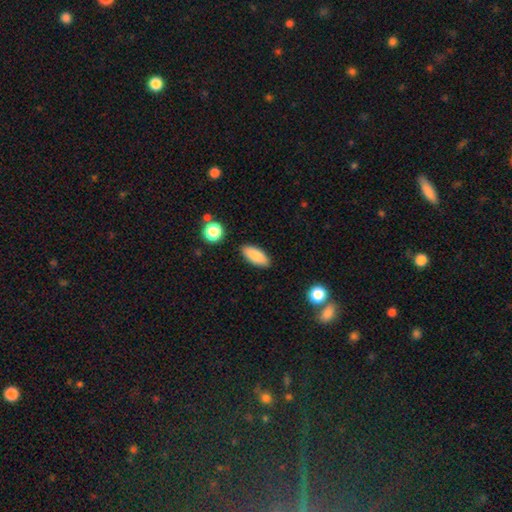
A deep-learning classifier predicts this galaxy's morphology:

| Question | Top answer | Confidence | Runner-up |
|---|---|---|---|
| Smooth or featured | smooth | 82% | featured or disk (11%) |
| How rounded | in between | 84% | cigar-shaped (13%) |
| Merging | none | 86% | minor disturbance (9%) |